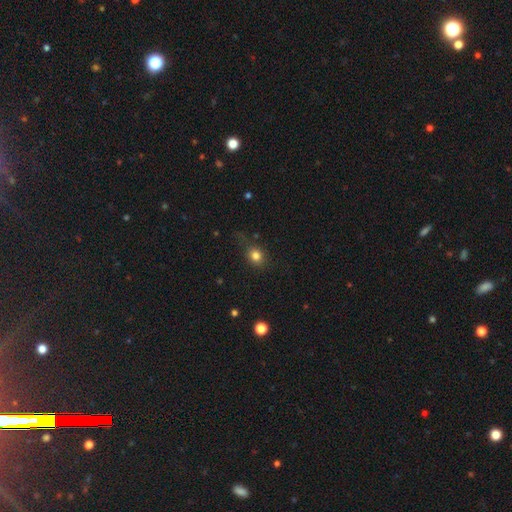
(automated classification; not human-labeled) smooth_or_featured: smooth (p=0.80) [alt: star or artifact p=0.13]
how_rounded: round (p=0.71) [alt: in between p=0.28]
merging: none (p=0.72) [alt: minor disturbance p=0.18]